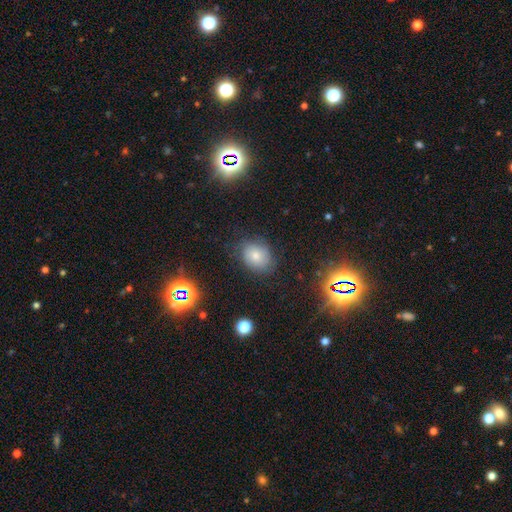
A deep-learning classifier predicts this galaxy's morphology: type=smooth (61%); roundness=in between (54%); merging=none (73%).